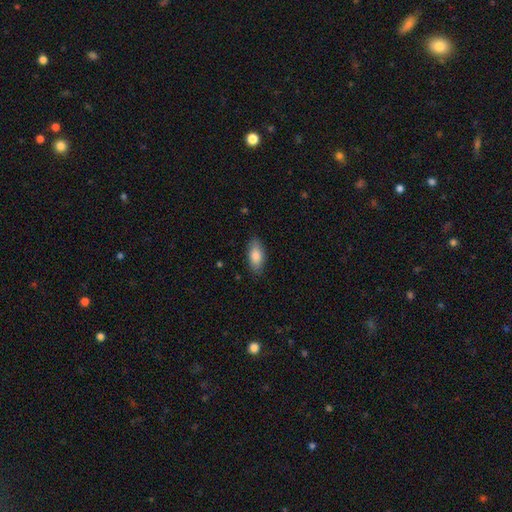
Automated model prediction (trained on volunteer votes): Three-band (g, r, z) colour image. It shows a smooth galaxy with no disk features (82%) that is in between round and cigar-shaped (88%). Merging: none (84%).